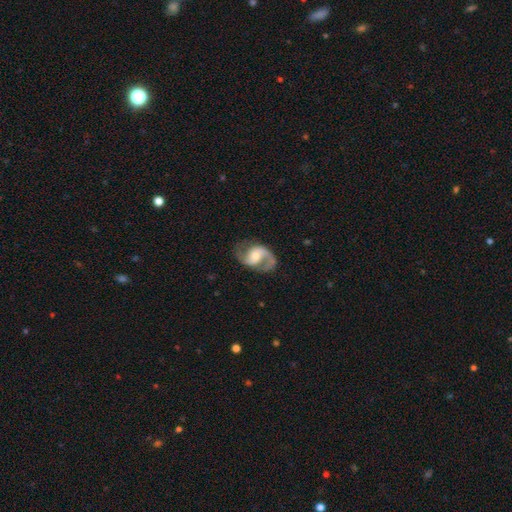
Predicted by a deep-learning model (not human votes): smooth_or_featured: featured or disk (p=0.87) [alt: smooth p=0.08]
disk_edge_on: no (p=0.98) [alt: yes p=0.02]
bar: no (p=0.44) [alt: weak p=0.41]
has_spiral_arms: yes (p=0.96) [alt: no p=0.04]
spiral_winding: medium (p=0.51) [alt: loose p=0.36]
spiral_arm_count: 2 (p=0.88) [alt: 1 p=0.06]
bulge_size: moderate (p=0.54) [alt: small p=0.34]
merging: none (p=0.74) [alt: minor disturbance p=0.15]